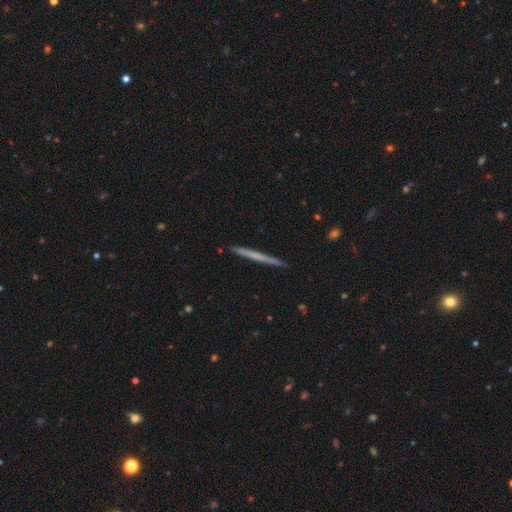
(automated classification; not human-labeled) Smooth or featured? Predicted: smooth (p=0.49). Merging? Predicted: none (p=0.92).